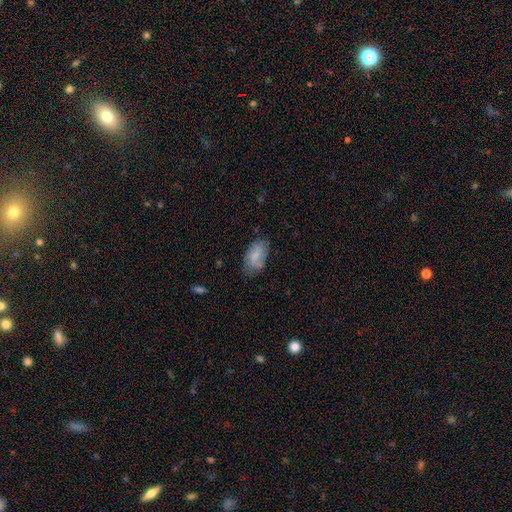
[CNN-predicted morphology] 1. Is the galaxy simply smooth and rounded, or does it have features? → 65% smooth, 27% featured or disk, 7% star or artifact.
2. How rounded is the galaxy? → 92% in between, 6% round, 2% cigar-shaped.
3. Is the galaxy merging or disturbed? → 63% none, 27% minor disturbance, 8% major disturbance, 2% merger.